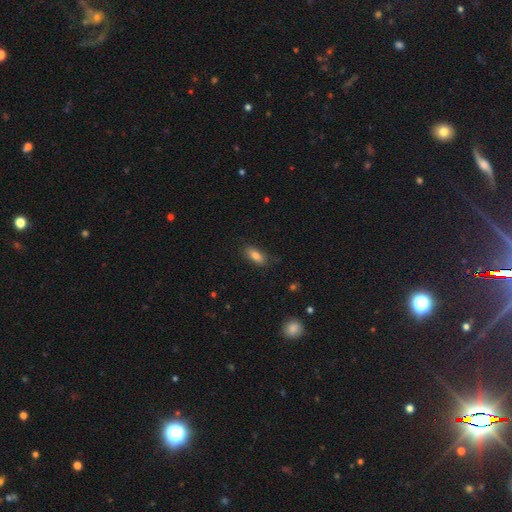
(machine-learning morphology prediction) Smooth or featured? smooth (80%)
How rounded? in between (83%)
Merging? none (81%)